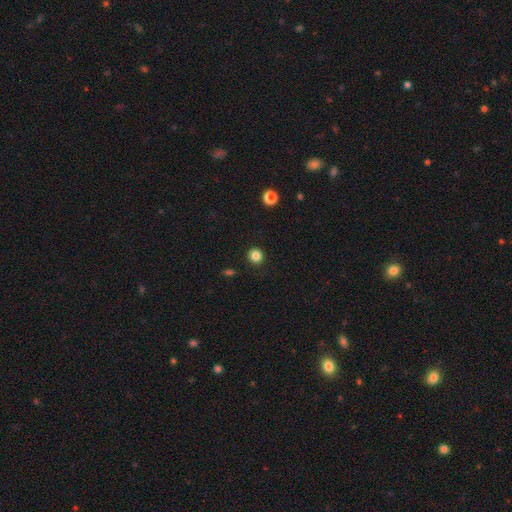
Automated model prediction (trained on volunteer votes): A smooth galaxy with no disk features (84%) that is round (93%). Merging: none (92%).